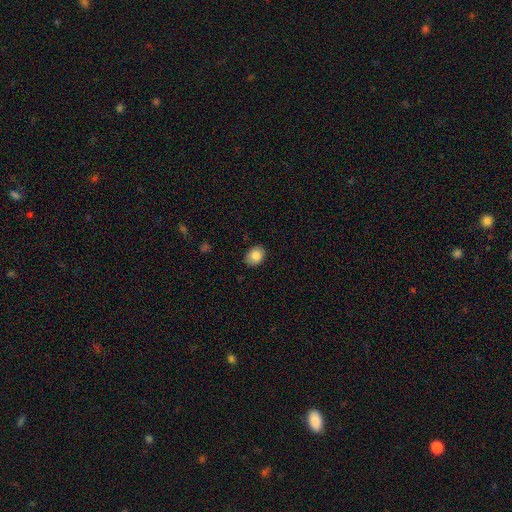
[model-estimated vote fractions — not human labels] Smooth or featured? Predicted: smooth (p=0.84). How rounded? Predicted: in between (p=0.62). Merging? Predicted: none (p=0.86).